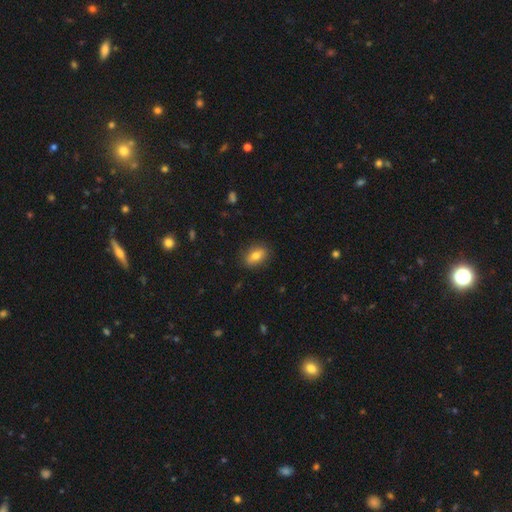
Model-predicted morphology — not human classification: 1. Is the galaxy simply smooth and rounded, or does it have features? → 79% smooth, 13% featured or disk, 8% star or artifact.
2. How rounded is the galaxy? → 82% in between, 15% round, 3% cigar-shaped.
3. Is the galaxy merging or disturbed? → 85% none, 11% minor disturbance, 3% major disturbance, 1% merger.